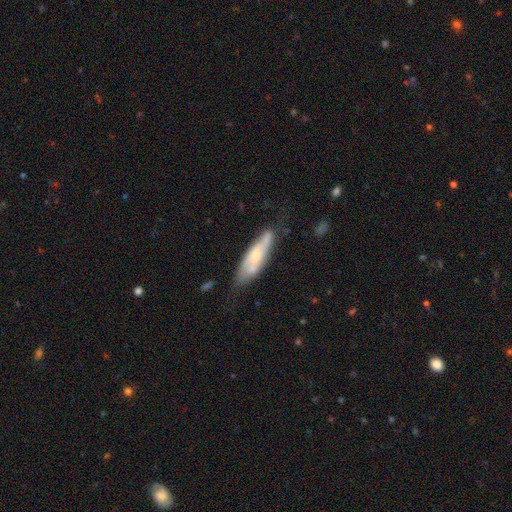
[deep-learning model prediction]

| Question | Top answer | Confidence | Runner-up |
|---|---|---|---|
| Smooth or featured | featured or disk | 52% | smooth (42%) |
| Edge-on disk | no | 63% | yes (37%) |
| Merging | none | 59% | minor disturbance (28%) |